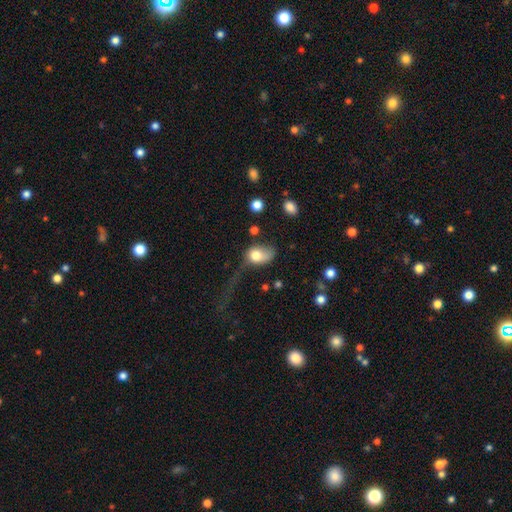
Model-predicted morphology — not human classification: type=smooth (72%); roundness=in between (76%); merging=major disturbance (53%).